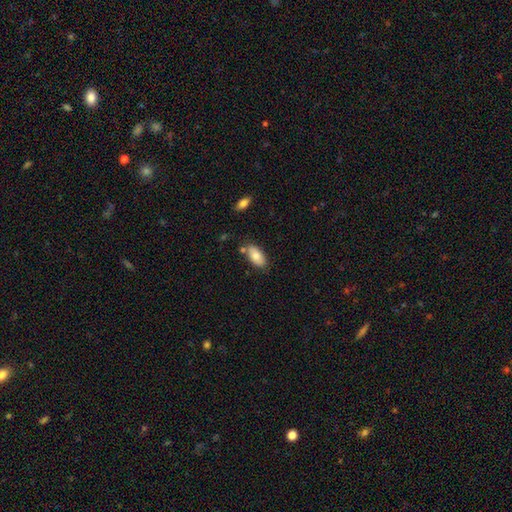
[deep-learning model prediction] Overall: smooth (80%). How rounded: in between (93%). Merging: none (76%).